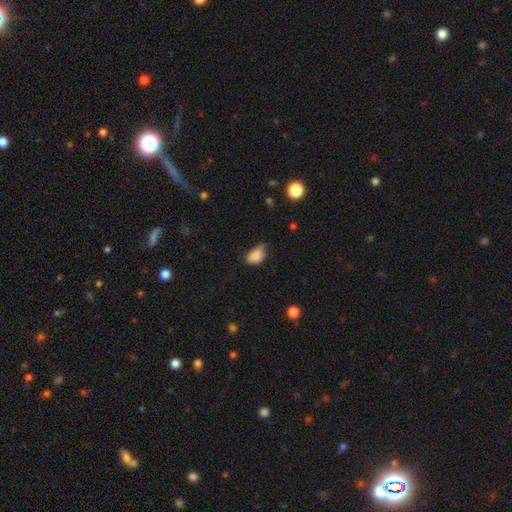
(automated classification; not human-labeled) smooth 84%, star or artifact 9%, featured or disk 7%. Down the decision tree: how rounded — in between (86%); merging — minor disturbance (47%).